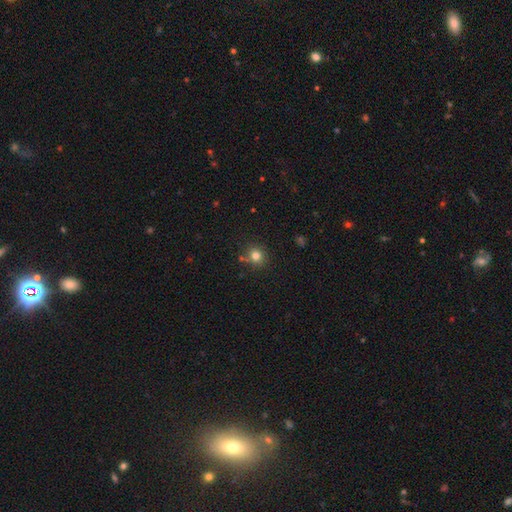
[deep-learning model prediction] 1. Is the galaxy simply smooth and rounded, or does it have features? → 78% smooth, 15% star or artifact, 8% featured or disk.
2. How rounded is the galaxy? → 87% round, 12% in between, 1% cigar-shaped.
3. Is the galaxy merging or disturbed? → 80% none, 10% minor disturbance, 7% merger, 3% major disturbance.